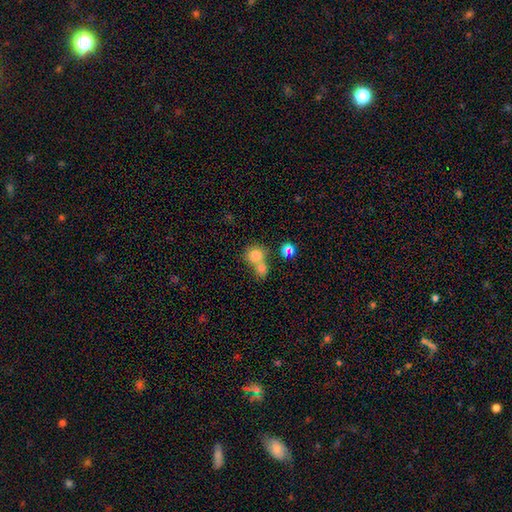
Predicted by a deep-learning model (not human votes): smooth 78%, star or artifact 12%, featured or disk 10%. Down the decision tree: how rounded — round (81%); merging — merger (50%).